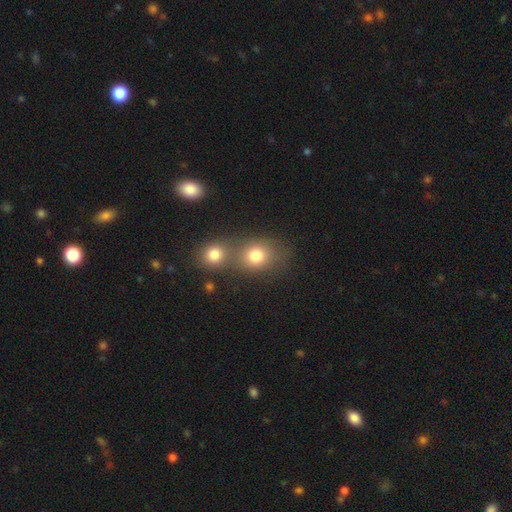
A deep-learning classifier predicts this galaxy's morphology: A smooth galaxy with no disk features (78%) that is round (62%). Merging: merger (50%).